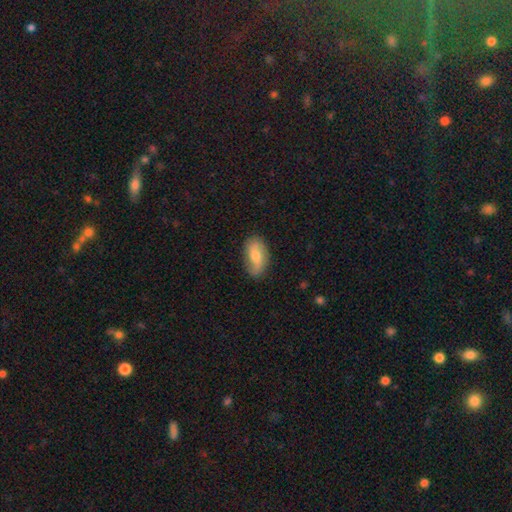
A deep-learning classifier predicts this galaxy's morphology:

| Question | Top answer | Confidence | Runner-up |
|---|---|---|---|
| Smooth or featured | smooth | 50% | featured or disk (43%) |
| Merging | none | 78% | minor disturbance (17%) |